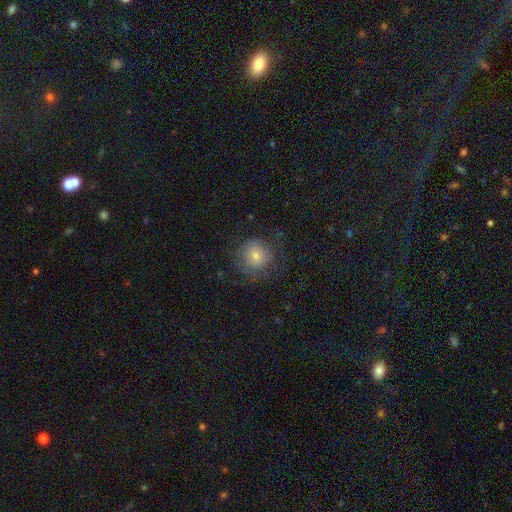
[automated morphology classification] Smooth or featured? Predicted: smooth (p=0.62). How rounded? Predicted: round (p=0.92). Merging? Predicted: none (p=0.73).